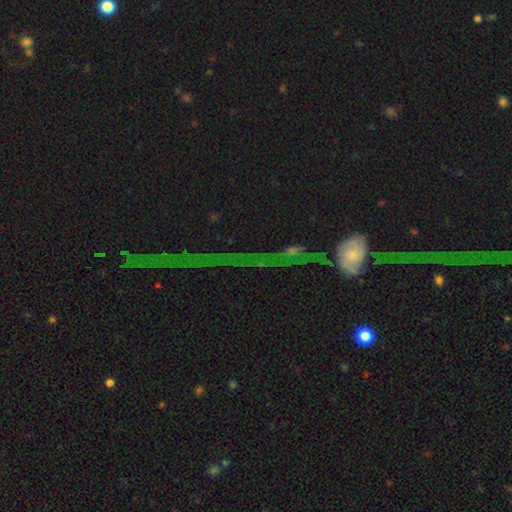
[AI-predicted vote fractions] A star or artifact, not a galaxy (56%).

Vote fractions:
- Smooth or featured? star or artifact: 56% / featured or disk: 27% / smooth: 17%